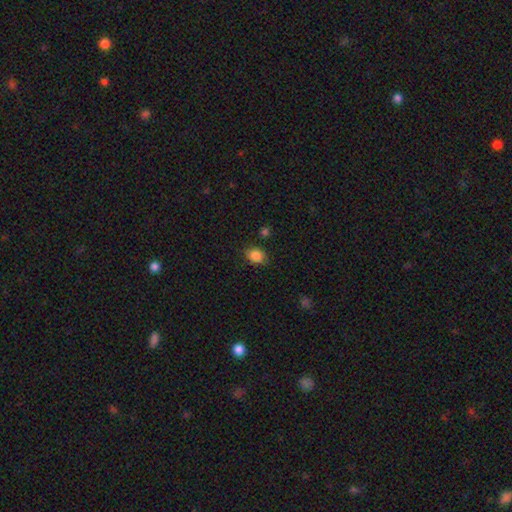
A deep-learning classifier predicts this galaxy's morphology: Smooth or featured? Predicted: smooth (p=0.86). How rounded? Predicted: in between (p=0.55). Merging? Predicted: none (p=0.80).